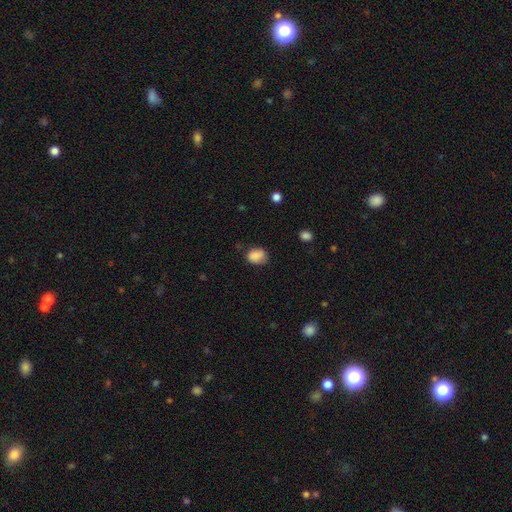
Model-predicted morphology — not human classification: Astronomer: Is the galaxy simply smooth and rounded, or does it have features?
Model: smooth — 84%.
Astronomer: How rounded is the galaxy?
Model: in between — 62% (runner-up: round, 37%).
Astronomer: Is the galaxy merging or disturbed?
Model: none — 62%.